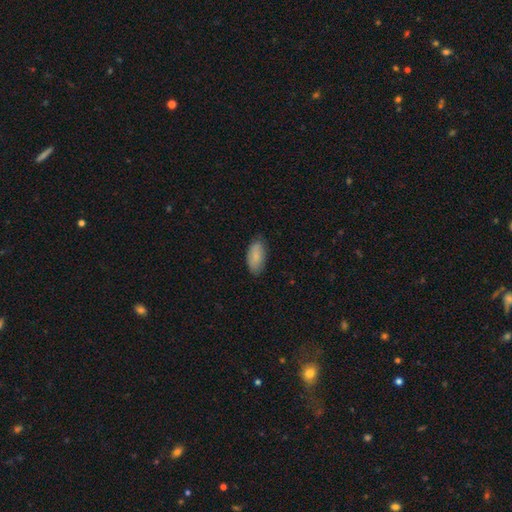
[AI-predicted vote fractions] Morphology: type=smooth (86%); roundness=in between (92%); merging=none (80%).